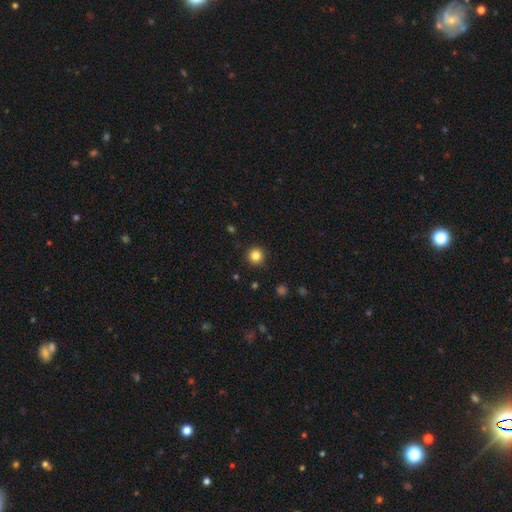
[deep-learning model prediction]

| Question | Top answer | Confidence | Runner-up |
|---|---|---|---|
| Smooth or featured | smooth | 83% | star or artifact (12%) |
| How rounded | round | 95% | in between (4%) |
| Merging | none | 91% | minor disturbance (6%) |